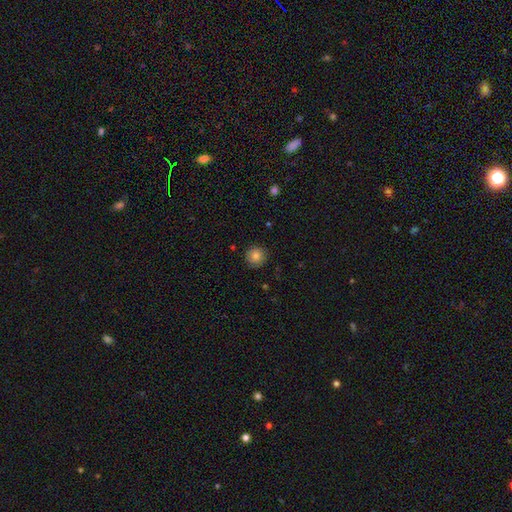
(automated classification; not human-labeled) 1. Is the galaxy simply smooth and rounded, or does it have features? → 82% smooth, 10% star or artifact, 8% featured or disk.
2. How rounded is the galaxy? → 95% round, 4% in between, 1% cigar-shaped.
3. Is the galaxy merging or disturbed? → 88% none, 9% minor disturbance, 2% major disturbance, 1% merger.